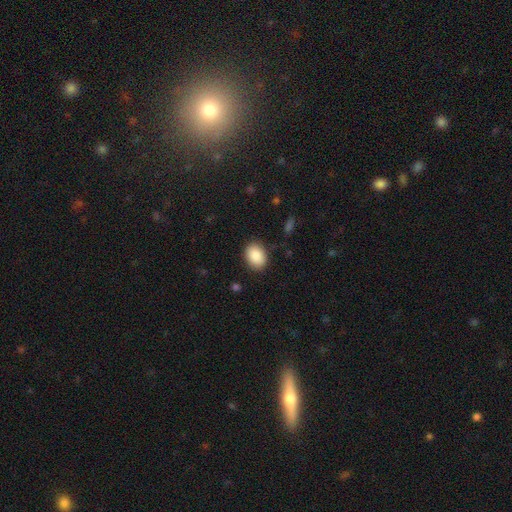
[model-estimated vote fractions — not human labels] Q: Smooth or featured?
A: smooth (89%); runner-up: star or artifact (7%)
Q: How rounded?
A: in between (73%); runner-up: round (26%)
Q: Merging?
A: none (87%); runner-up: minor disturbance (9%)